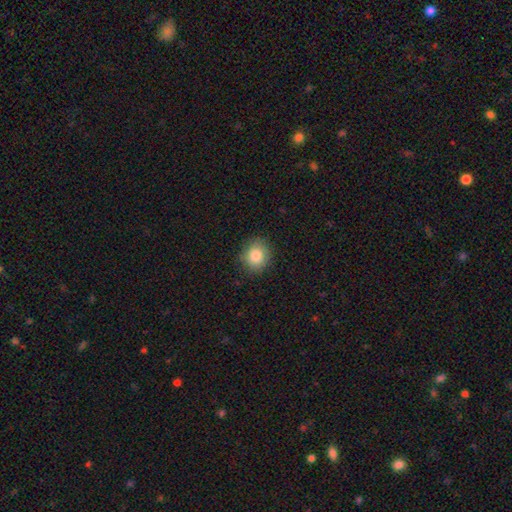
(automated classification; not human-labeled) This appears to be a smooth galaxy with no disk features (84%) that is round (76%). Merging: none (85%).